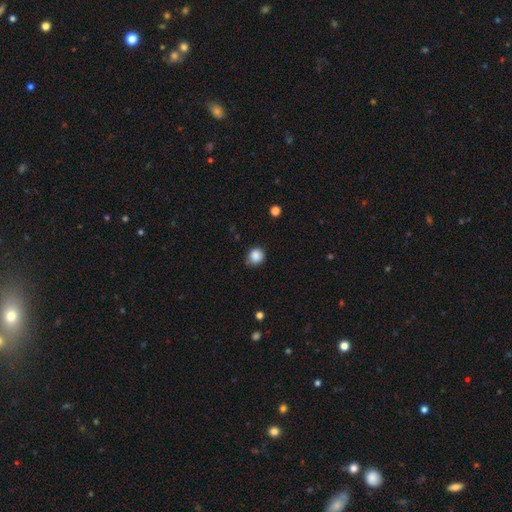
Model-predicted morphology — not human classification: smooth 87%, star or artifact 10%, featured or disk 4%. Down the decision tree: how rounded — round (86%); merging — none (75%).